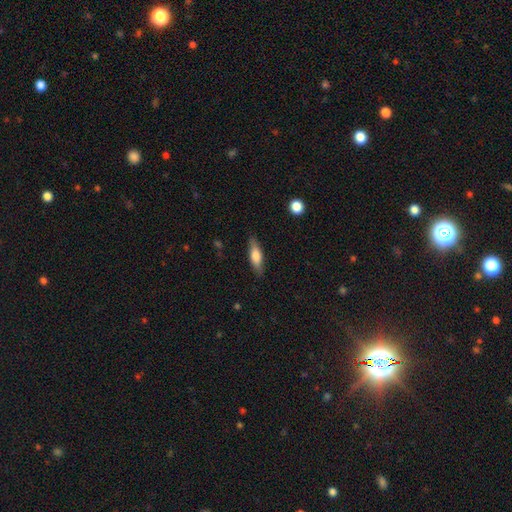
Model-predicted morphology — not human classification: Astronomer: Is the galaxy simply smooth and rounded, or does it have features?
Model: smooth — 67%.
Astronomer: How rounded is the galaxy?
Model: cigar-shaped — 51% (runner-up: in between, 46%).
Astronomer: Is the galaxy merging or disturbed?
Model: none — 84%.